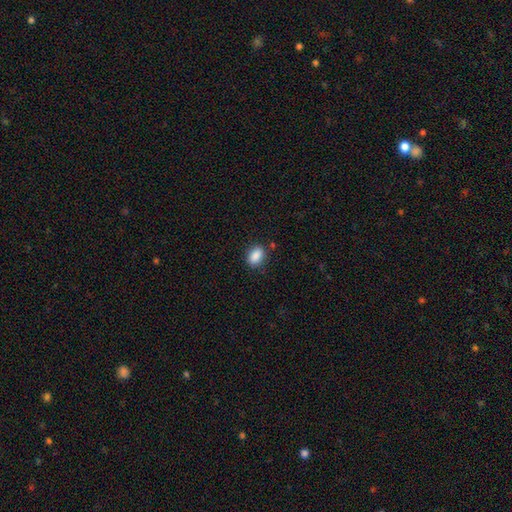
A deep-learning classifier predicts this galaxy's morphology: smooth-or-featured: smooth: 88% | star or artifact: 8% | featured or disk: 4%
  how-rounded: in between: 84% | round: 15% | cigar-shaped: 2%
  merging: none: 84% | minor disturbance: 11% | major disturbance: 3% | merger: 2%